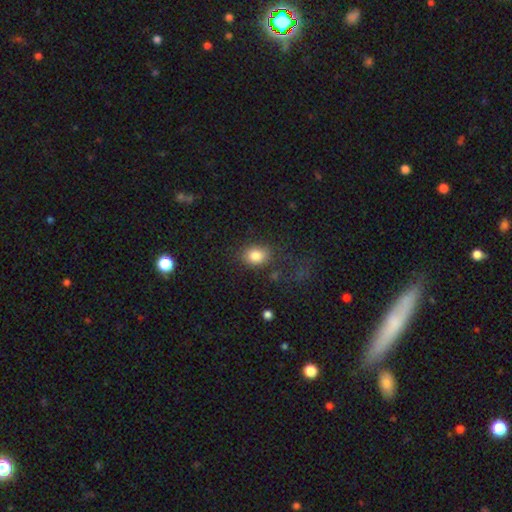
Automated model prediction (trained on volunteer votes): This is clearly a smooth galaxy (83%). How rounded: likely in between (63%). Merging: likely none (71%).